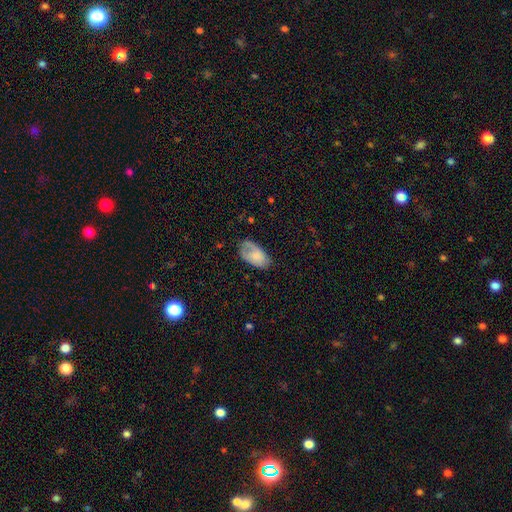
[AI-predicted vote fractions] Overall: smooth (65%; featured or disk 28%). How rounded: in between (93%). Merging: none (55%; minor disturbance 30%).